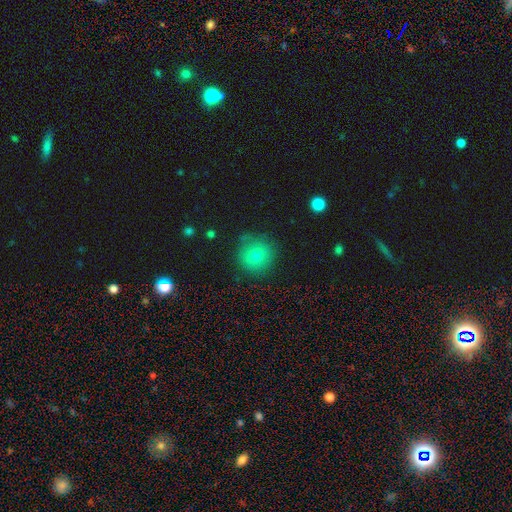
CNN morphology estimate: Q: Smooth or featured?
A: smooth (76%); runner-up: star or artifact (13%)
Q: How rounded?
A: round (93%); runner-up: in between (6%)
Q: Merging?
A: none (83%); runner-up: minor disturbance (12%)